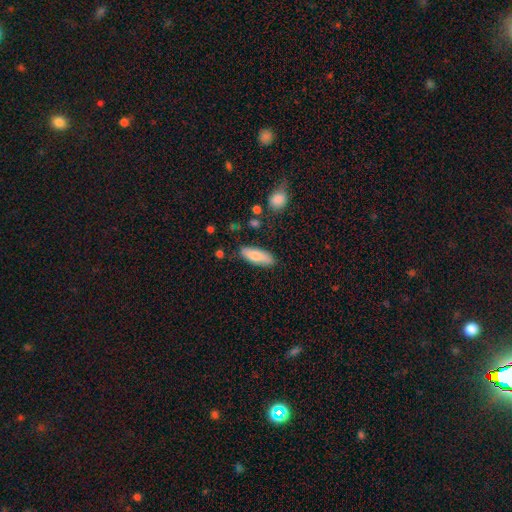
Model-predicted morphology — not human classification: smooth 80%, featured or disk 14%, star or artifact 6%. Down the decision tree: how rounded — in between (65%); merging — none (79%).